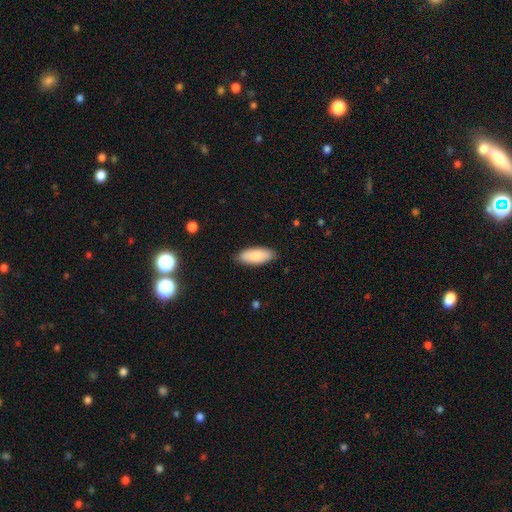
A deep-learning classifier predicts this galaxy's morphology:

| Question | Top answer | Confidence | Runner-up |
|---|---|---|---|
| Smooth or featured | smooth | 87% | featured or disk (8%) |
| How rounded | in between | 81% | cigar-shaped (17%) |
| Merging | none | 87% | minor disturbance (11%) |